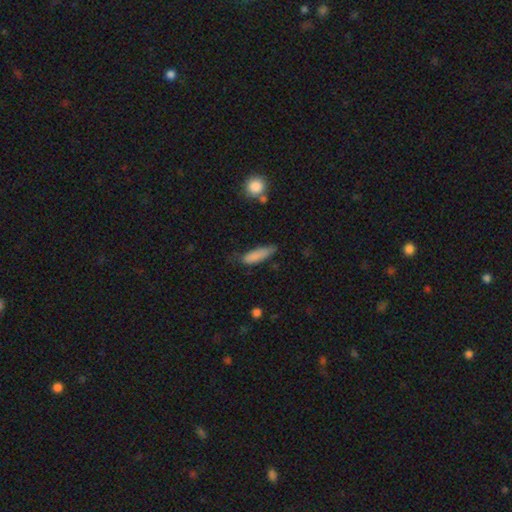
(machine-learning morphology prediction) smooth-or-featured: smooth: 83% | featured or disk: 10% | star or artifact: 7%
  how-rounded: cigar-shaped: 57% | in between: 41% | round: 2%
  merging: none: 51% | minor disturbance: 36% | major disturbance: 11% | merger: 3%